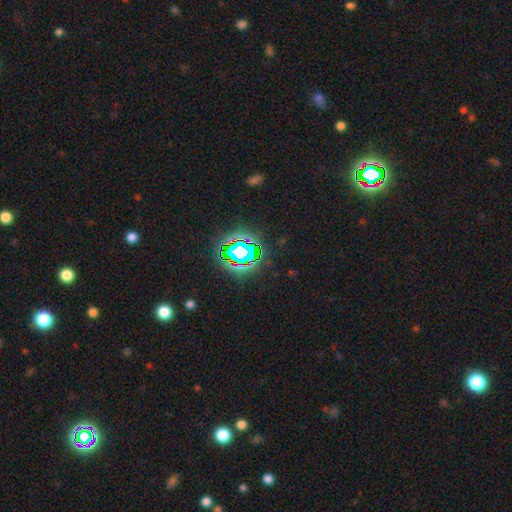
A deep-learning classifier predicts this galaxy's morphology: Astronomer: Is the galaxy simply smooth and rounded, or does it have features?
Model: star or artifact — 81%.